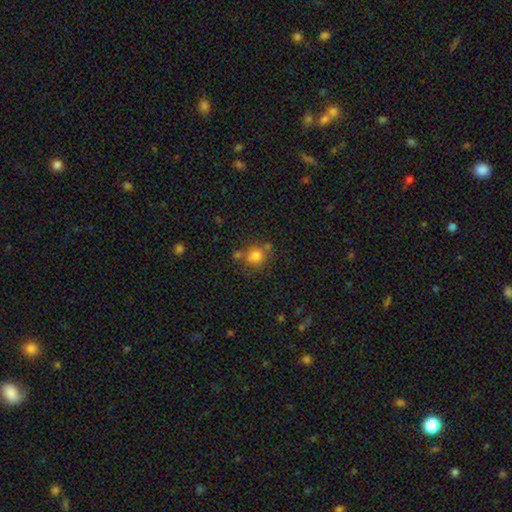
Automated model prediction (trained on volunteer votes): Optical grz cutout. It shows a smooth galaxy with no disk features (77%) that is round (80%). Merging: none (60%).